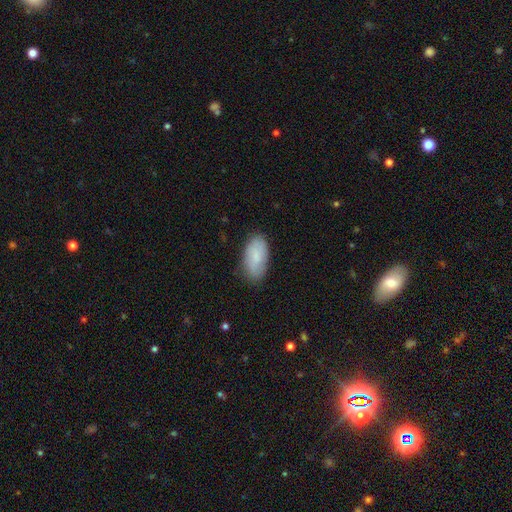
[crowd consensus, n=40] Volunteers were most divided on "merging": none: 69%, minor disturbance: 25%, major disturbance: 6%, merger: 0%. More confident: how rounded — in between (81%); smooth or featured — smooth (80%).